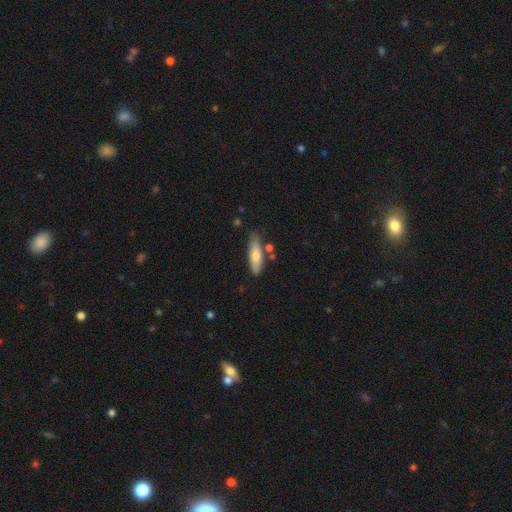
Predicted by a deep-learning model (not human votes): smooth-or-featured: smooth: 70% | featured or disk: 24% | star or artifact: 6%
  how-rounded: cigar-shaped: 59% | in between: 39% | round: 2%
  merging: none: 73% | minor disturbance: 17% | merger: 6% | major disturbance: 3%